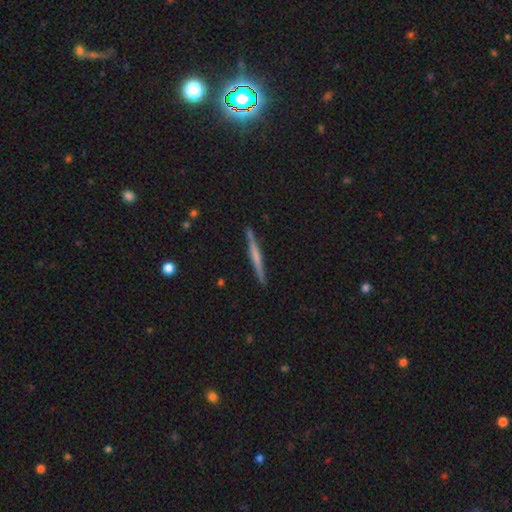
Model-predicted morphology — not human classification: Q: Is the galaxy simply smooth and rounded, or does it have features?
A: featured or disk — 59%.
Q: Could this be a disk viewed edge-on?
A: yes — 98%.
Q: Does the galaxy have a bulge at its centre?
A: none — 45%.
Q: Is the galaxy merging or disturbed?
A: none — 89%.